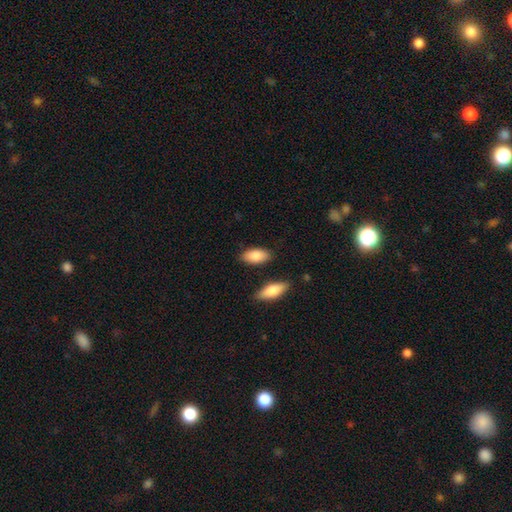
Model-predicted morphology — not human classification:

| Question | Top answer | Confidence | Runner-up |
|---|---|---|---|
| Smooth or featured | smooth | 86% | featured or disk (8%) |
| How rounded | in between | 91% | cigar-shaped (6%) |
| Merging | none | 82% | minor disturbance (12%) |